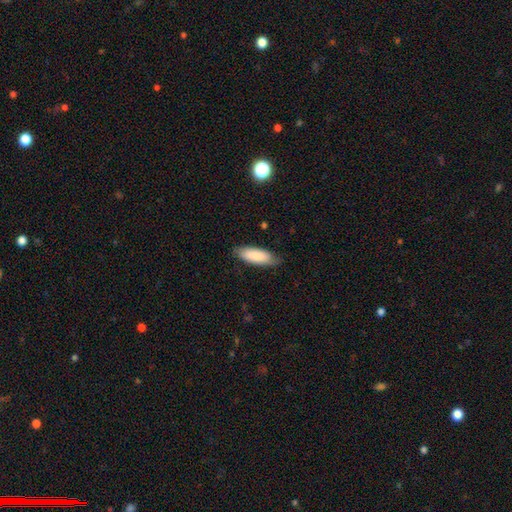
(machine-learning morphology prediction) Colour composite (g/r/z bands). It shows a smooth galaxy with no disk features (83%) that is in between round and cigar-shaped (69%). Merging: none (76%).